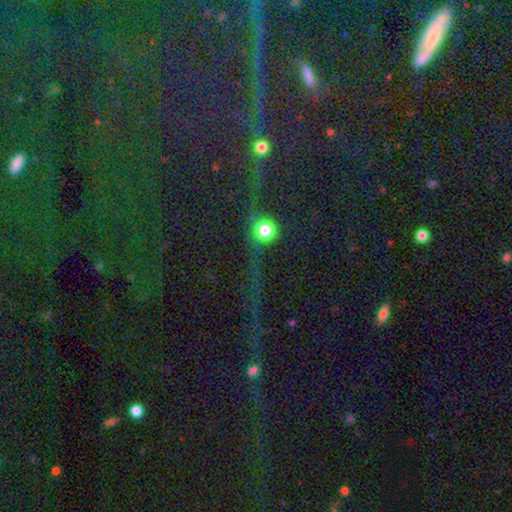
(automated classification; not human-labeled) This appears to be a star or artifact, not a galaxy (76%).